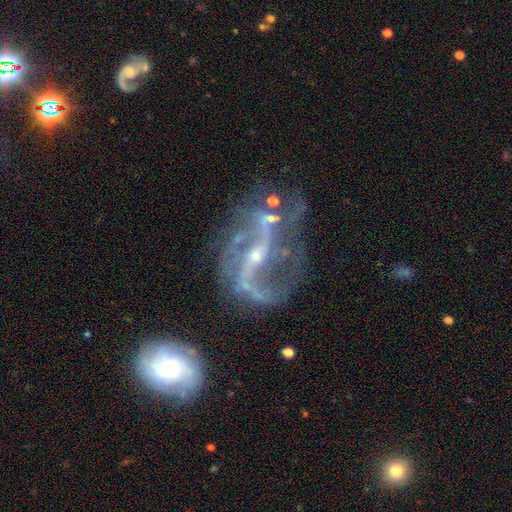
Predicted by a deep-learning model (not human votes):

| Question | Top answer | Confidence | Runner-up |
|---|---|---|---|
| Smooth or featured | featured or disk | 85% | star or artifact (9%) |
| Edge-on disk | no | 94% | yes (6%) |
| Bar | strong | 49% | weak (31%) |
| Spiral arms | yes | 90% | no (10%) |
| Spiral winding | loose | 63% | medium (26%) |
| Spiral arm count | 2 | 72% | can't tell (10%) |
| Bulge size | small | 72% | moderate (21%) |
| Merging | none | 43% | major disturbance (26%) |